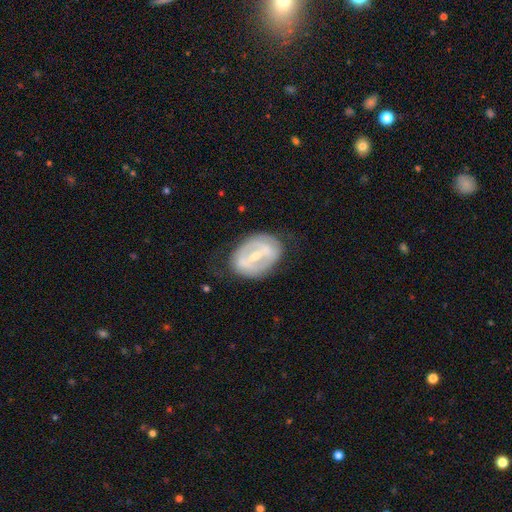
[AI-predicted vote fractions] Smooth or featured? featured or disk (72%)
Edge-on disk? no (94%)
Bar? strong (57%)
Spiral arms? no (57%)
Bulge size? small (53%)
Merging? none (69%)